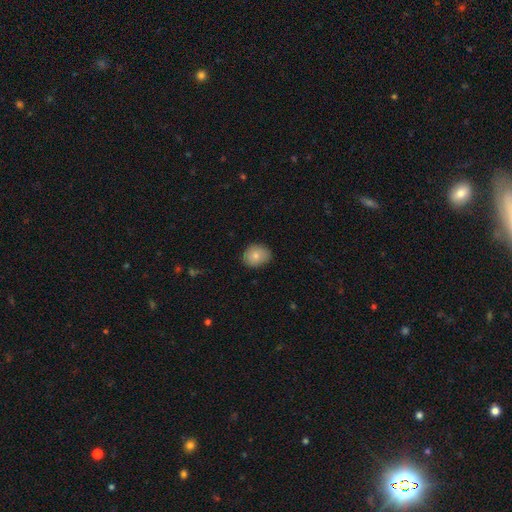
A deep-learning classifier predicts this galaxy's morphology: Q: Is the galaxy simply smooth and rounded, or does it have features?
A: smooth — 81%.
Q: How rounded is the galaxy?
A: round — 52%.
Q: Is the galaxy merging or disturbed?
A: none — 83%.